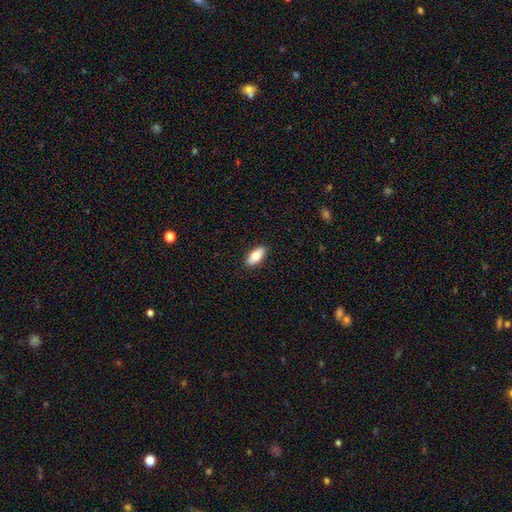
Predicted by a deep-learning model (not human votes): smooth_or_featured: smooth (p=0.78) [alt: featured or disk p=0.15]
how_rounded: in between (p=0.86) [alt: cigar-shaped p=0.11]
merging: none (p=0.89) [alt: minor disturbance p=0.08]